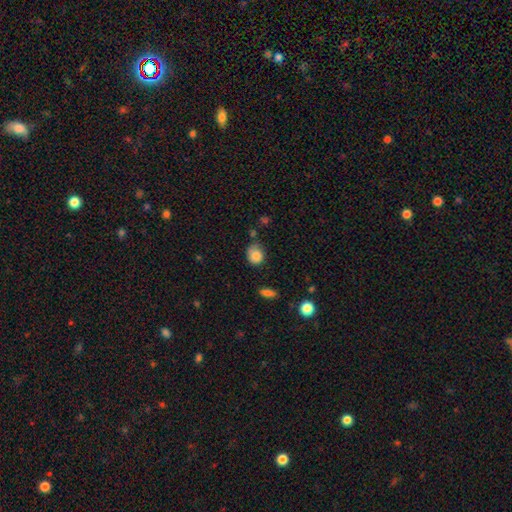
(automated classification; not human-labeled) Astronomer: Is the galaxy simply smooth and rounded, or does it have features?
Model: smooth — 82%.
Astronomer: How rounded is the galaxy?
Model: round — 63%.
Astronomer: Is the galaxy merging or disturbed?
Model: none — 53% (runner-up: minor disturbance, 33%).